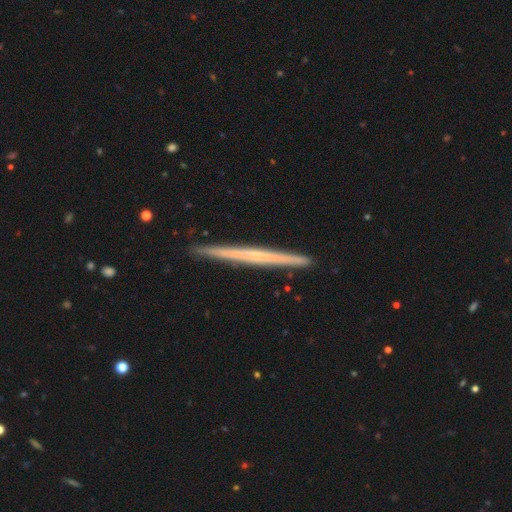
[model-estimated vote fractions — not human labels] Q: Smooth or featured?
A: featured or disk (60%); runner-up: smooth (35%)
Q: Edge-on disk?
A: yes (98%); runner-up: no (2%)
Q: Edge-on bulge?
A: none (85%); runner-up: rounded (11%)
Q: Merging?
A: none (91%); runner-up: minor disturbance (6%)